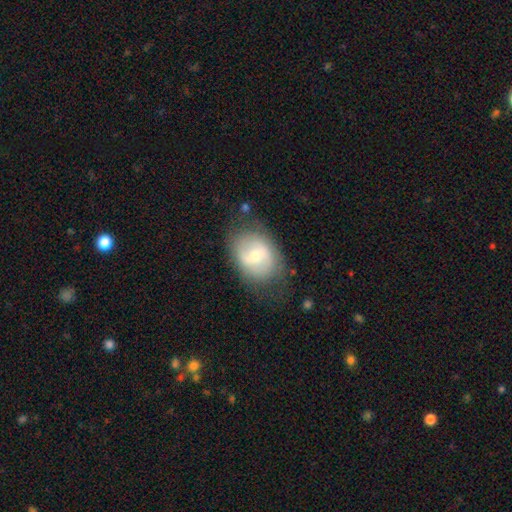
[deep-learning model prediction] smooth-or-featured: featured or disk: 52% | smooth: 40% | star or artifact: 8%
  disk-edge-on: no: 95% | yes: 5%
  merging: none: 68% | minor disturbance: 20% | major disturbance: 10% | merger: 2%